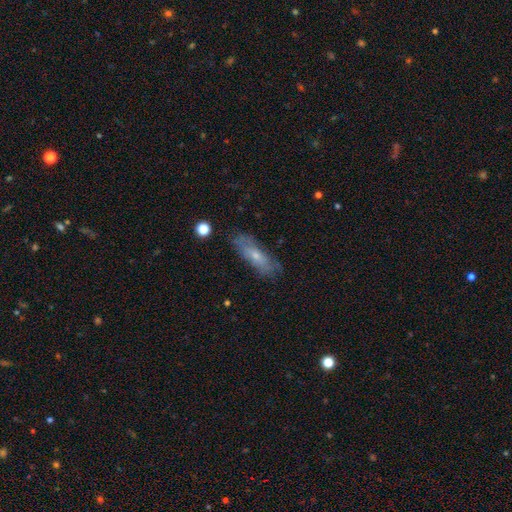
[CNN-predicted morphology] Smooth or featured? Predicted: smooth (p=0.54). How rounded? Predicted: in between (p=0.51). Merging? Predicted: none (p=0.72).